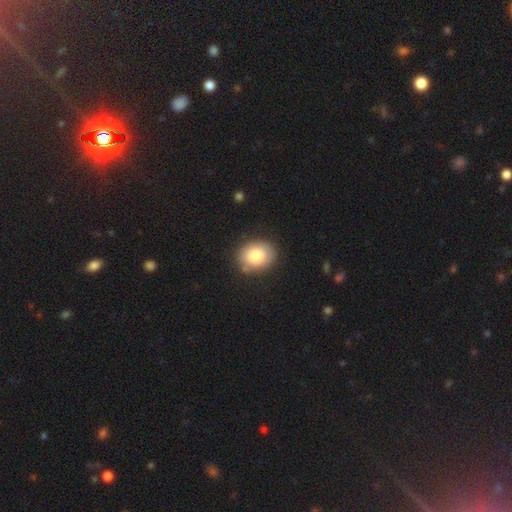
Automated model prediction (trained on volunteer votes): smooth_or_featured: smooth (p=0.82) [alt: featured or disk p=0.10]
how_rounded: in between (p=0.53) [alt: round p=0.46]
merging: none (p=0.83) [alt: minor disturbance p=0.12]